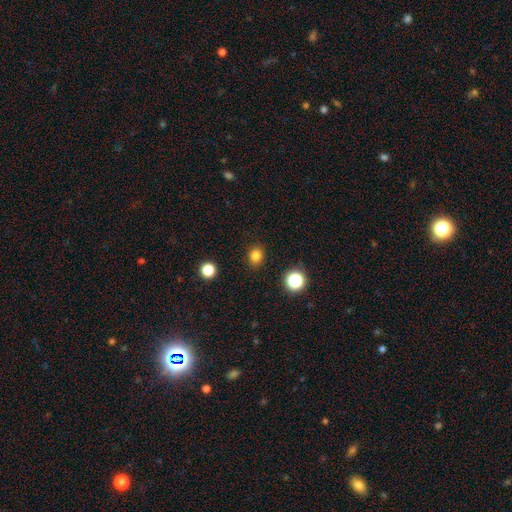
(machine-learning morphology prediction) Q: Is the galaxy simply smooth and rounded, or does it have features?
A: smooth — 81%.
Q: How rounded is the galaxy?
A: round — 69%.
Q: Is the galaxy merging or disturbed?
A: none — 88%.